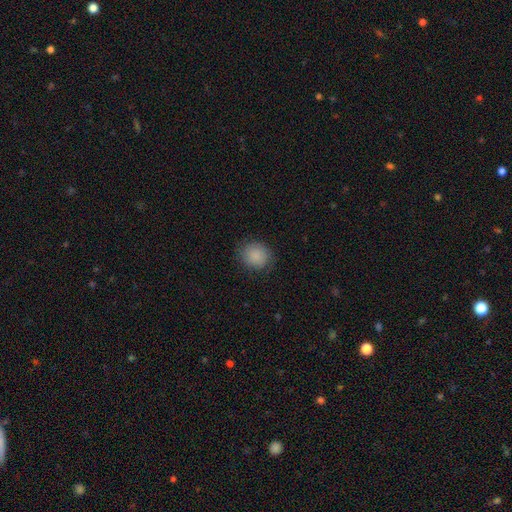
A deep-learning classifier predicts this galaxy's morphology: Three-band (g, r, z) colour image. It shows a smooth galaxy with no disk features (87%) that is round (82%). Merging: none (82%).